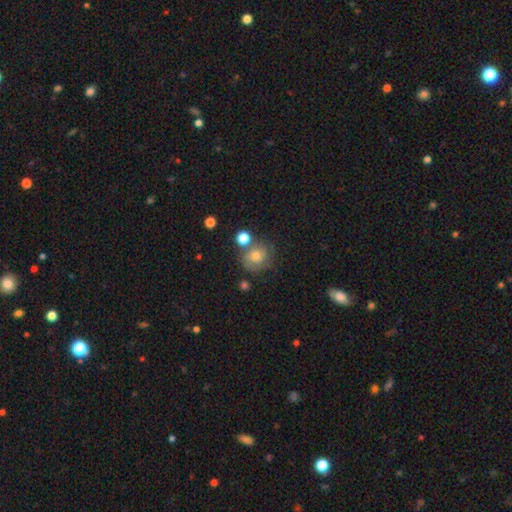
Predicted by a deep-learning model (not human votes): A smooth galaxy with no disk features (61%) that is round (81%).

Vote fractions:
- Smooth or featured? smooth: 61% / featured or disk: 26% / star or artifact: 14%
- How rounded? round: 81% / in between: 18% / cigar-shaped: 1%
- Merging? none: 63% / minor disturbance: 18% / merger: 11% / major disturbance: 8%